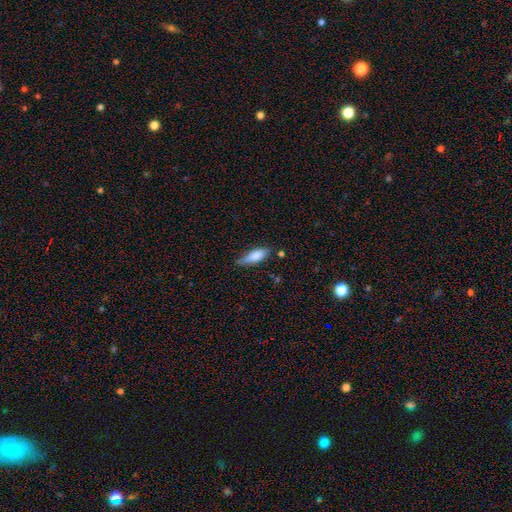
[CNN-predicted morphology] This is likely a smooth galaxy (76%). How rounded: possibly in between (56%). Merging: likely none (68%).